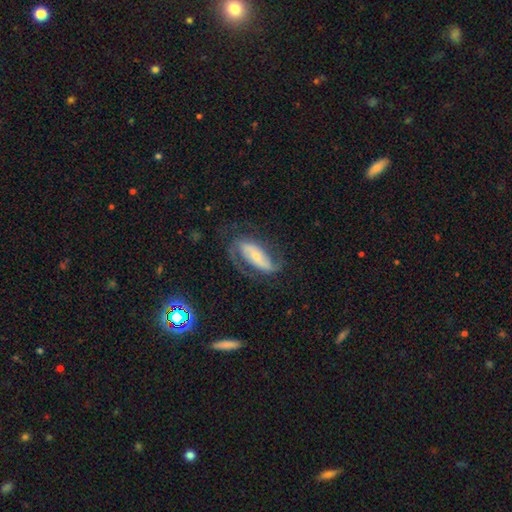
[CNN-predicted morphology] Smooth or featured? featured or disk (76%)
Edge-on disk? no (91%)
Bar? strong (40%)
Spiral arms? yes (90%)
Spiral winding? medium (44%)
Spiral arm count? 2 (78%)
Bulge size? small (65%)
Merging? none (60%)